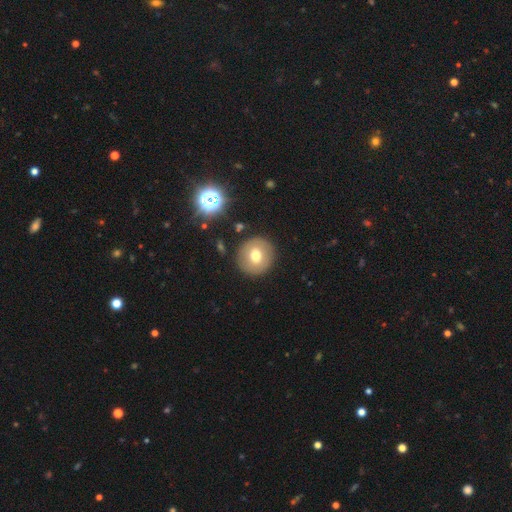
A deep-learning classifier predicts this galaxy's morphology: Smooth or featured? smooth (68%)
How rounded? round (91%)
Merging? none (89%)